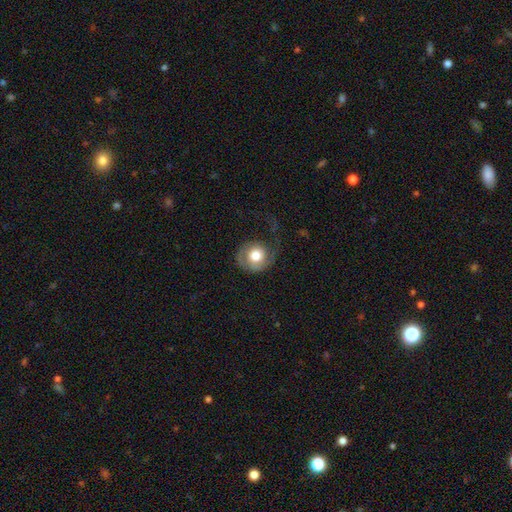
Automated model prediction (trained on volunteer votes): A featured or disk galaxy (47%). Merging: none (44%).